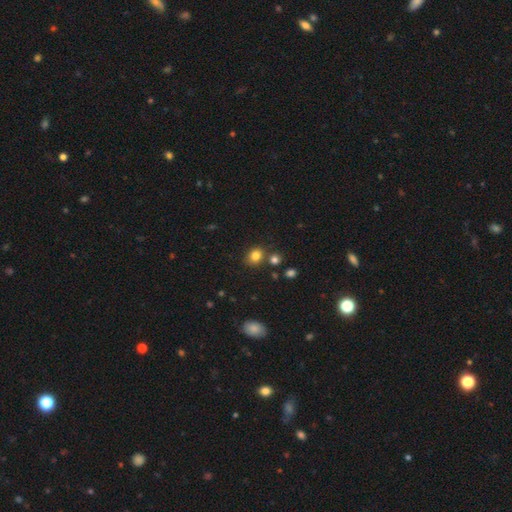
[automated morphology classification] smooth 82%, star or artifact 12%, featured or disk 6%. Down the decision tree: how rounded — round (52%); merging — none (73%).